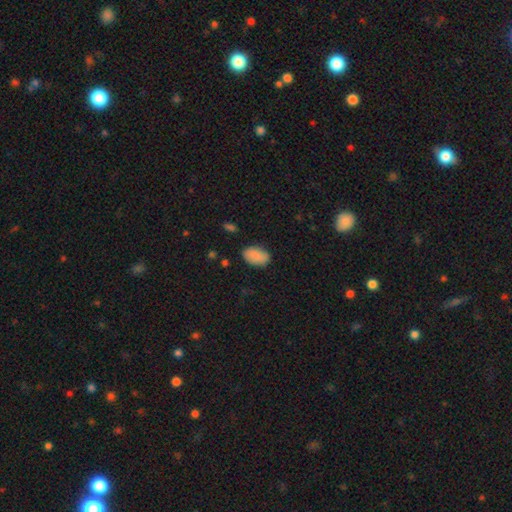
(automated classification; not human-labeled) smooth 88%, star or artifact 7%, featured or disk 6%. Down the decision tree: how rounded — in between (93%); merging — none (85%).